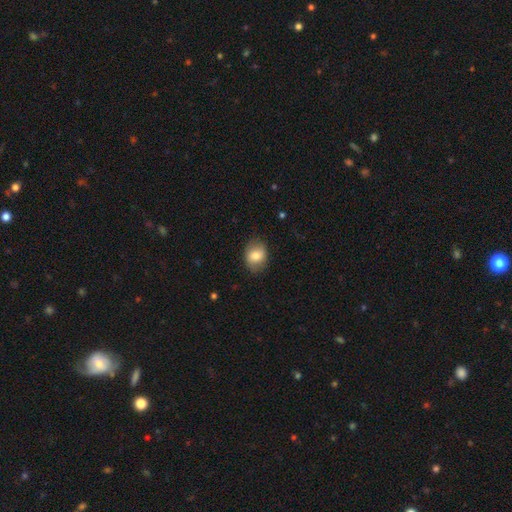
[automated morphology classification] smooth-or-featured: smooth: 76% | featured or disk: 16% | star or artifact: 8%
  how-rounded: in between: 58% | round: 41% | cigar-shaped: 1%
  merging: none: 81% | minor disturbance: 14% | major disturbance: 4% | merger: 1%